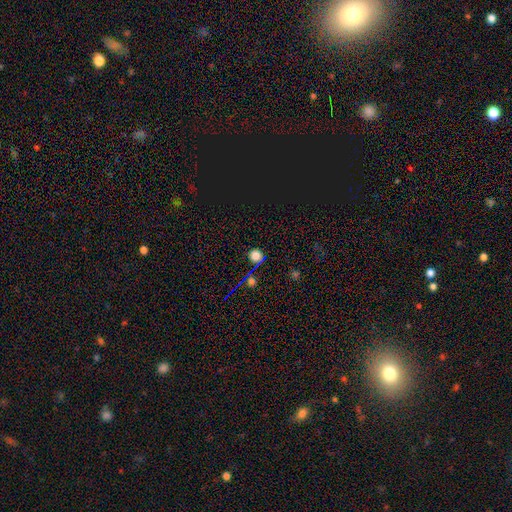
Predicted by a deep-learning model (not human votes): A smooth galaxy with no disk features (69%) that is round (92%). Merging: none (83%).